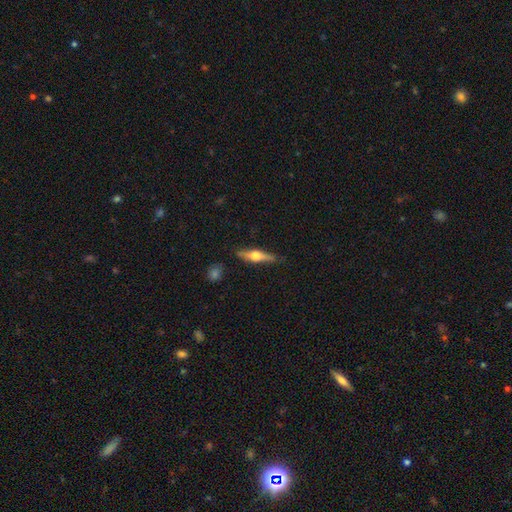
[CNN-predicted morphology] A featured or disk galaxy (64%) viewed edge-on (96%) with a rounded central bulge (95%). Merging: none (84%).